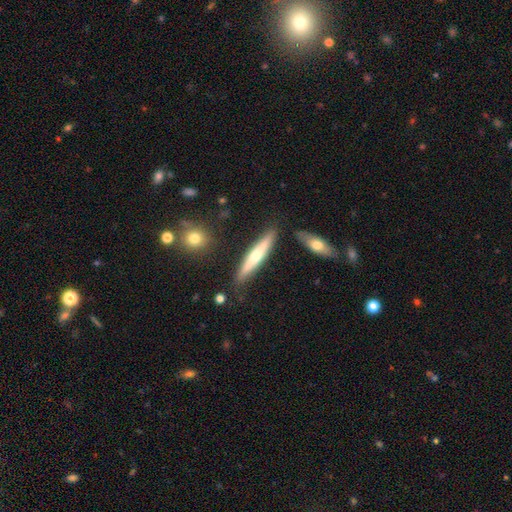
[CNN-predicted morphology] Q: Smooth or featured?
A: featured or disk (52%); runner-up: smooth (43%)
Q: Edge-on disk?
A: yes (91%); runner-up: no (9%)
Q: Merging?
A: none (84%); runner-up: minor disturbance (10%)